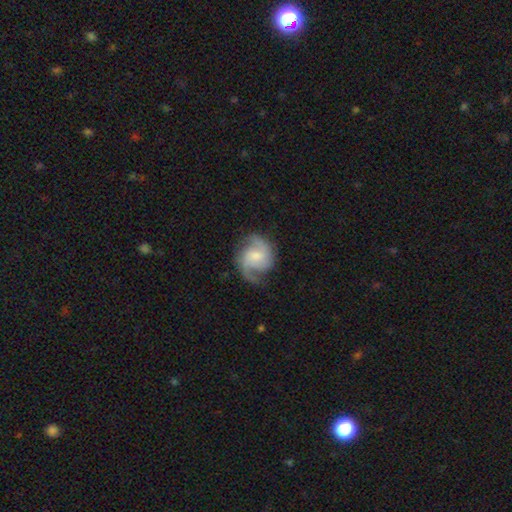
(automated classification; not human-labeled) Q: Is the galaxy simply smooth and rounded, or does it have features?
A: featured or disk — 83%.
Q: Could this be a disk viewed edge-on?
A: no — 98%.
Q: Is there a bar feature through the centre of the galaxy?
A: no — 47%.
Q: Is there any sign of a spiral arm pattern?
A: yes — 97%.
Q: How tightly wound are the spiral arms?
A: medium — 52%.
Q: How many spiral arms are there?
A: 2 — 78%.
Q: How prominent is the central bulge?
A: small — 44%.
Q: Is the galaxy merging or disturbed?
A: none — 70%.